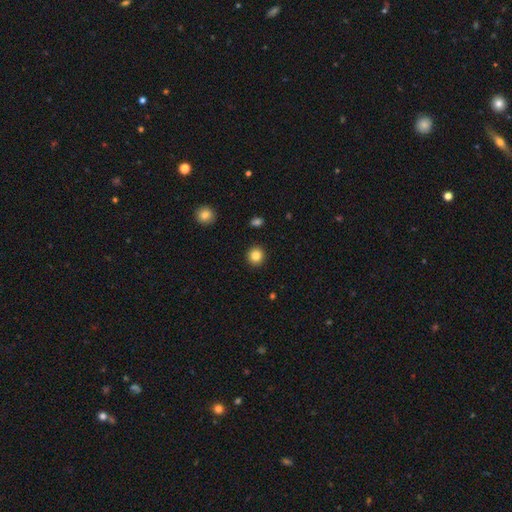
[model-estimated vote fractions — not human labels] The model was most divided on "smooth or featured": smooth: 85%, star or artifact: 10%, featured or disk: 5%. More confident: merging — none (92%); how rounded — round (92%).